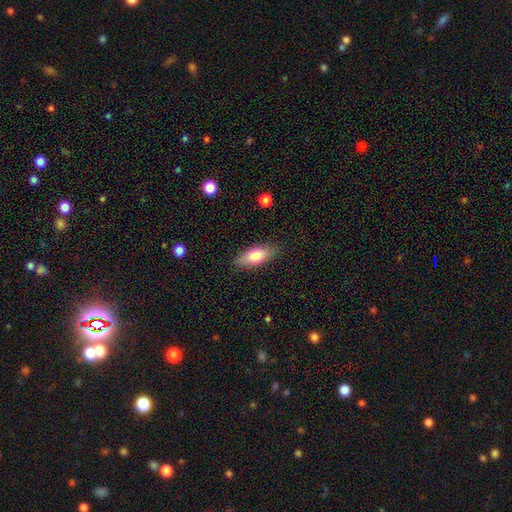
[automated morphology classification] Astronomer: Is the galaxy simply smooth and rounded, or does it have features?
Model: smooth — 74%.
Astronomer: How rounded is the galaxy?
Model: in between — 78%.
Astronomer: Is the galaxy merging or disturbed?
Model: none — 85%.